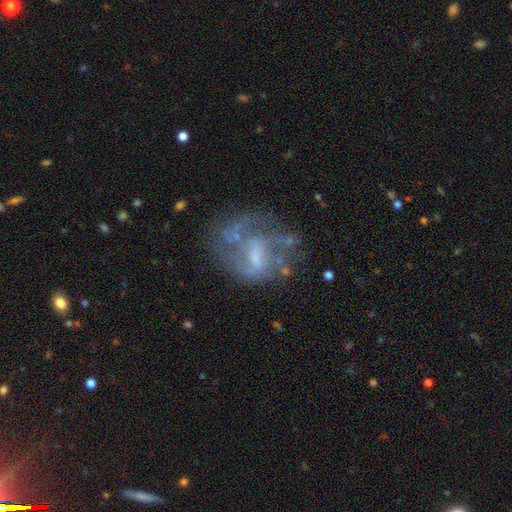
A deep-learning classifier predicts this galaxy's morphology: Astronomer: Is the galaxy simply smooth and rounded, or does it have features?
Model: featured or disk — 76%.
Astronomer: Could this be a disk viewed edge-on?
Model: no — 97%.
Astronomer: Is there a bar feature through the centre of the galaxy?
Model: weak — 54% (runner-up: no, 30%).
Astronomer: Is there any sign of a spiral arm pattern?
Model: yes — 73%.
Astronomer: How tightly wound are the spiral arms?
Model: medium — 43% (runner-up: loose, 32%).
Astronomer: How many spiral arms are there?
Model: can't tell — 36% (runner-up: 2, 27%).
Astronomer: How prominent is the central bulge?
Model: small — 43% (runner-up: moderate, 31%).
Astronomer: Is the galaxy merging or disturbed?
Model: none — 50%.